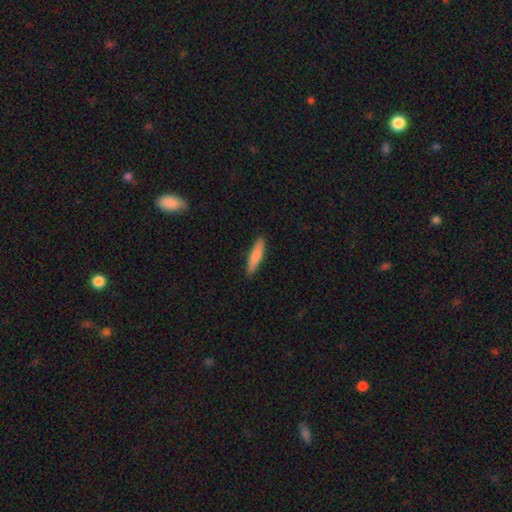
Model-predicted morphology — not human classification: A smooth galaxy with no disk features (79%) that is cigar-shaped (80%). Merging: none (89%).